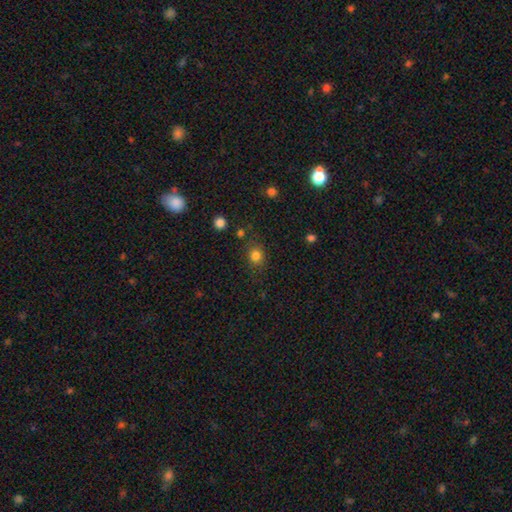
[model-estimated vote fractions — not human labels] The model was most divided on "how rounded": round: 75%, in between: 24%, cigar-shaped: 1%. More confident: smooth or featured — smooth (81%); merging — none (80%).